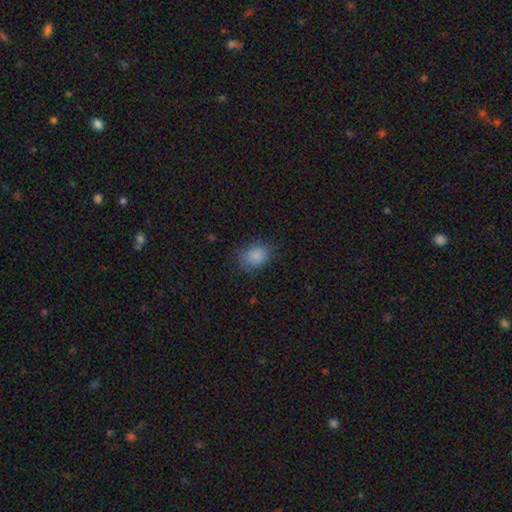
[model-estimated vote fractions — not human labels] This appears to be a smooth galaxy with no disk features (85%) that is round (50%). Merging: none (73%).